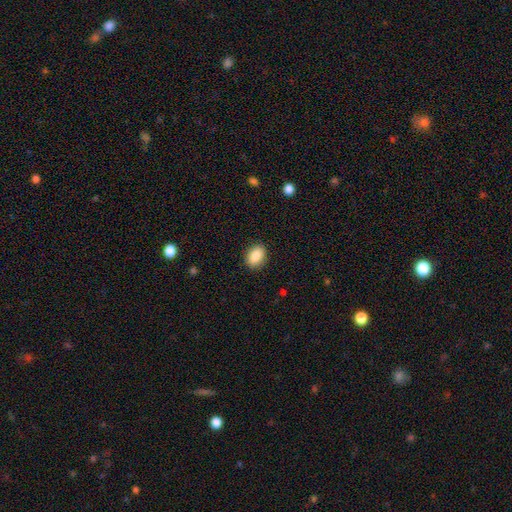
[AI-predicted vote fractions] A smooth galaxy with no disk features (87%) that is in between round and cigar-shaped (78%).

Vote fractions:
- Smooth or featured? smooth: 87% / star or artifact: 8% / featured or disk: 5%
- How rounded? in between: 78% / round: 21% / cigar-shaped: 1%
- Merging? none: 88% / minor disturbance: 8% / major disturbance: 2% / merger: 1%